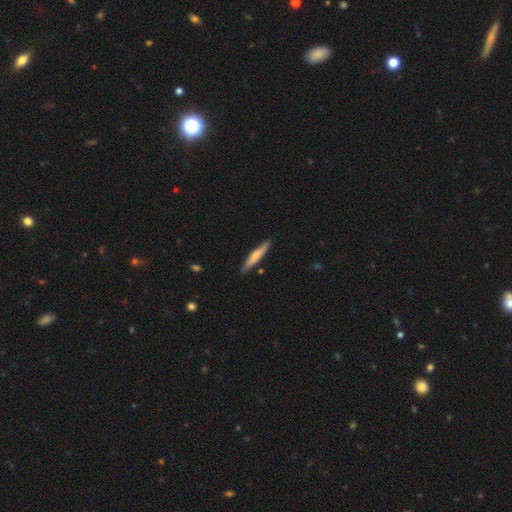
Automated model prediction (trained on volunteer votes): A smooth galaxy with no disk features (66%) that is cigar-shaped (92%). Merging: none (87%).